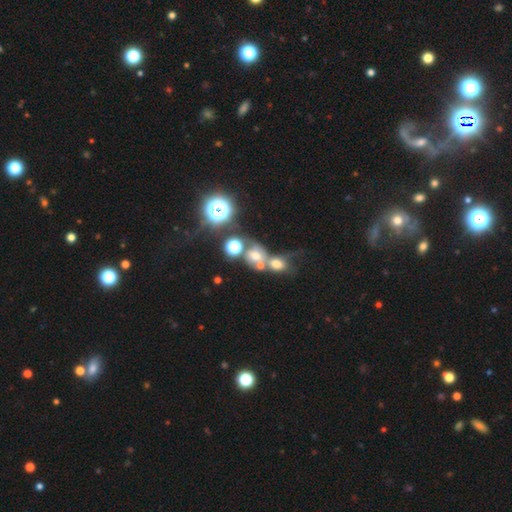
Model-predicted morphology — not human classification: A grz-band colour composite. It shows a smooth galaxy with no disk features (50%). Merging: merger (55%).